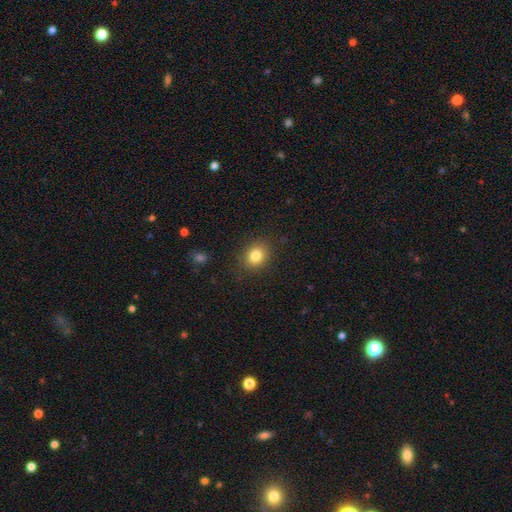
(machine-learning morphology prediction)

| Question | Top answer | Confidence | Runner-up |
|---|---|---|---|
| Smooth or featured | smooth | 82% | star or artifact (11%) |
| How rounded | round | 53% | in between (46%) |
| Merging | none | 86% | minor disturbance (10%) |